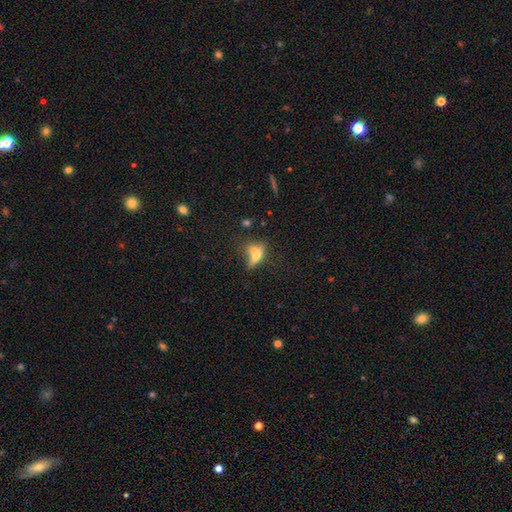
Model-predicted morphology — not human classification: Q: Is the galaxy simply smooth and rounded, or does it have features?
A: smooth — 54%.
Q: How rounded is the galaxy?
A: in between — 56%.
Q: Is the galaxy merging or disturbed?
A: none — 37%.